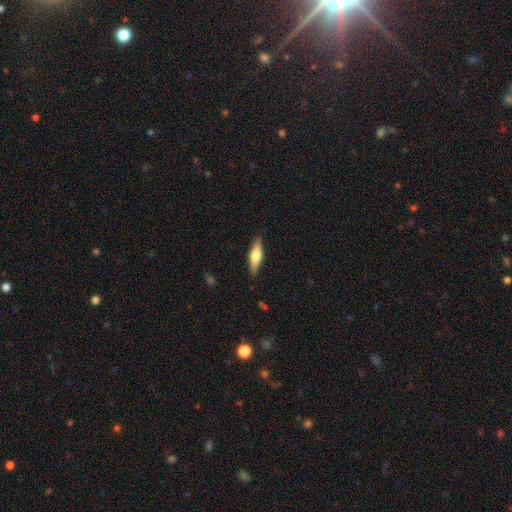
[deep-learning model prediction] This is possibly a smooth galaxy (51%). How rounded: possibly cigar-shaped (54%). Merging: clearly none (86%).